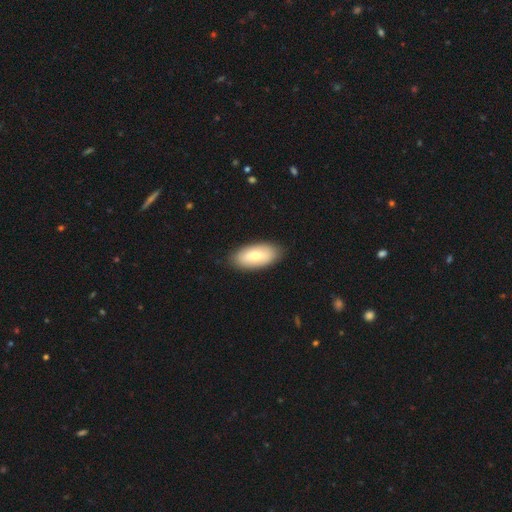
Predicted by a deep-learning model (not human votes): smooth 69%, featured or disk 25%, star or artifact 6%. Down the decision tree: how rounded — in between (91%); merging — none (88%).